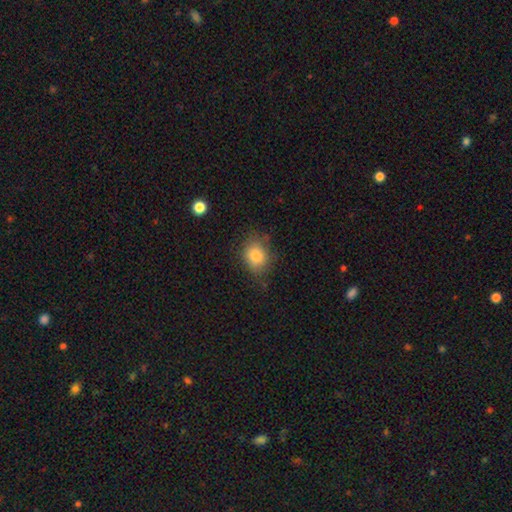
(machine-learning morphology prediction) A smooth galaxy with no disk features (81%) that is round (53%). Merging: none (69%).